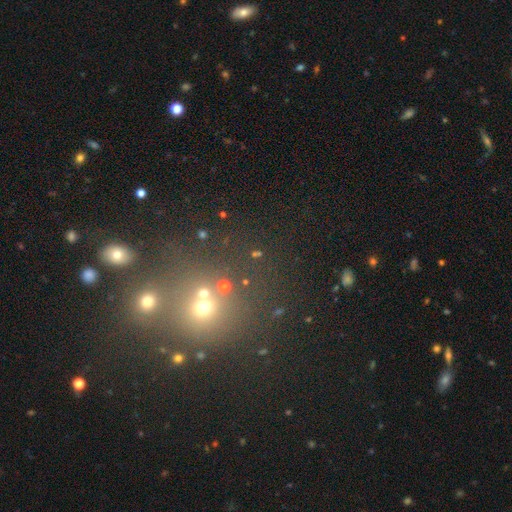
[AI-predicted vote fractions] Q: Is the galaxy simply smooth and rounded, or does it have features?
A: star or artifact — 48%.